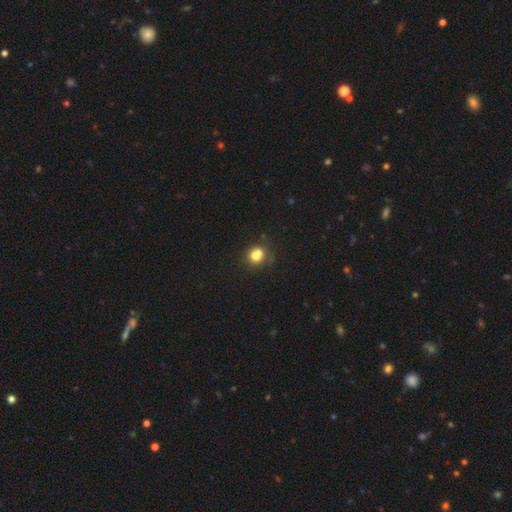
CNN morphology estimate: Smooth or featured? smooth (78%)
How rounded? round (66%)
Merging? none (54%)